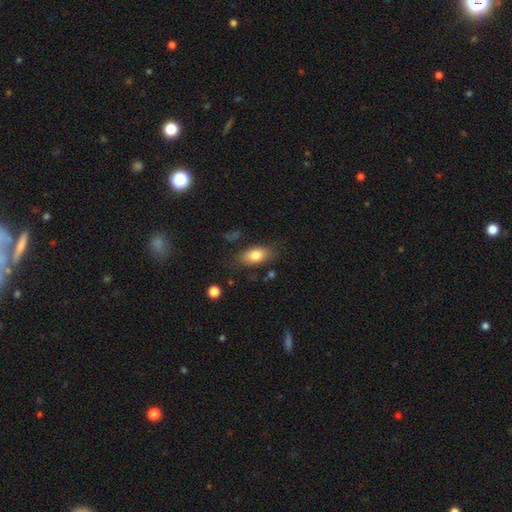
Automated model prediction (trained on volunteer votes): This is likely a smooth galaxy (79%). How rounded: clearly in between (87%). Merging: likely none (77%).